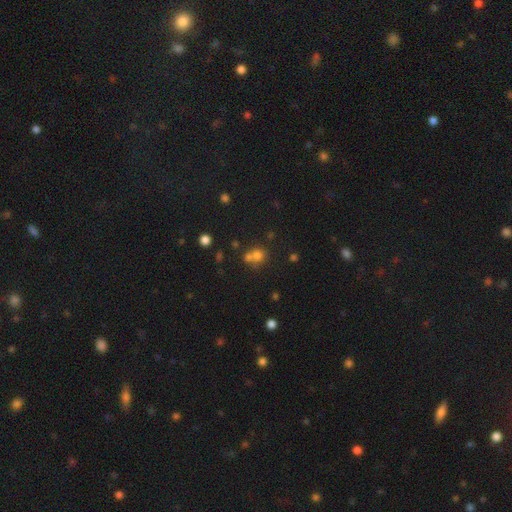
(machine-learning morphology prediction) smooth 69%, star or artifact 18%, featured or disk 13%. Down the decision tree: how rounded — round (79%); merging — merger (46%).